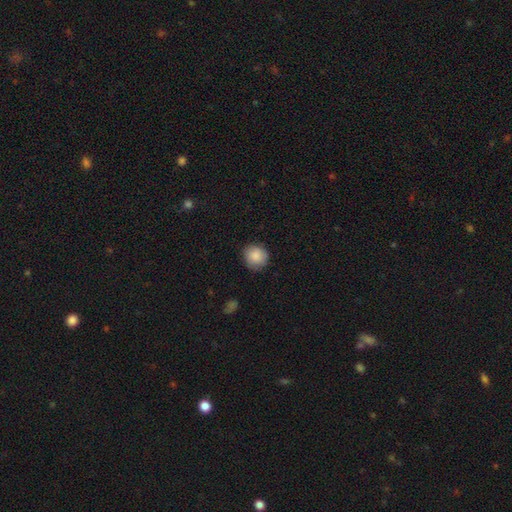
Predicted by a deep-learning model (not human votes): Morphology: type=smooth (86%); roundness=round (87%); merging=none (83%).